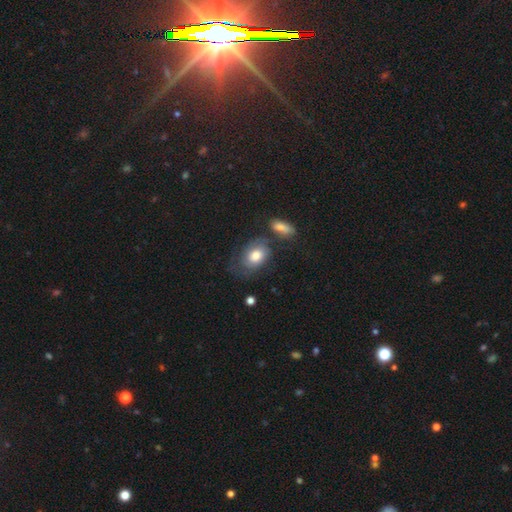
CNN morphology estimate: This is likely a smooth galaxy (60%). How rounded: likely in between (79%). Merging: possibly none (50%).